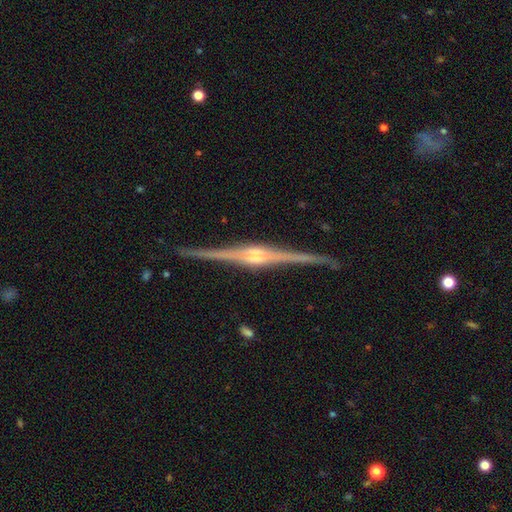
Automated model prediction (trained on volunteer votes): This is clearly a featured or disk galaxy (92%). It is clearly viewed edge-on (99%). Edge-on bulge: clearly rounded (83%). Merging: clearly none (91%).